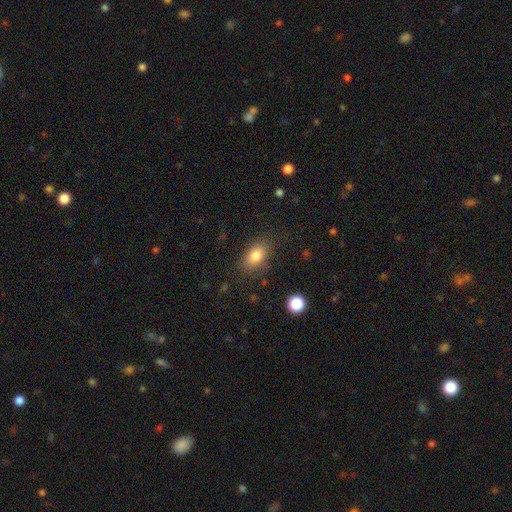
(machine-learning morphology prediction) This is clearly a smooth galaxy (82%). How rounded: clearly in between (88%). Merging: clearly none (81%).